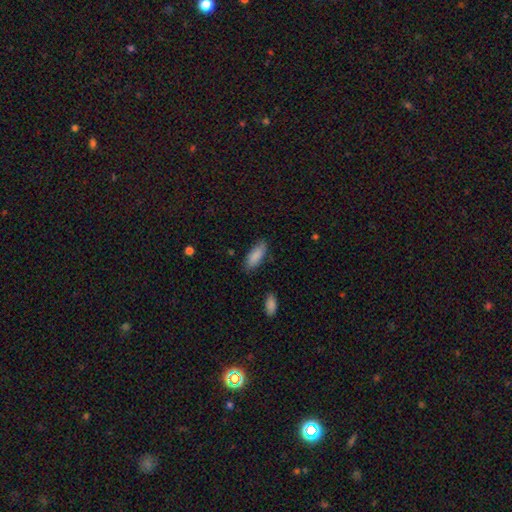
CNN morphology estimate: smooth 87%, featured or disk 7%, star or artifact 6%. Down the decision tree: how rounded — in between (78%); merging — none (78%).